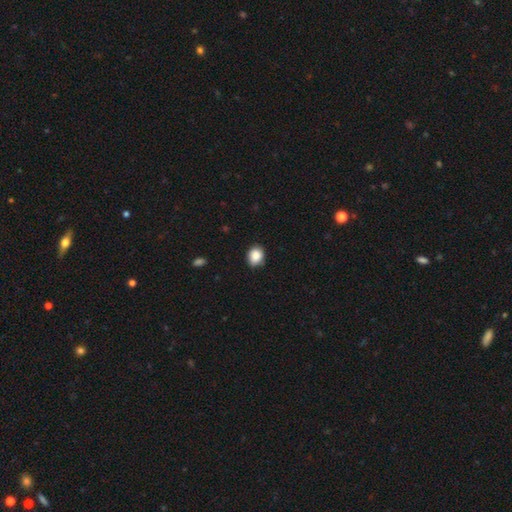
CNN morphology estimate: This is clearly a smooth galaxy (88%). How rounded: possibly round (54%). Merging: clearly none (83%).